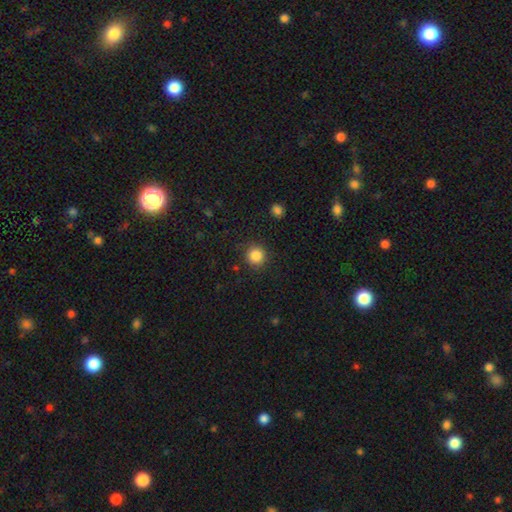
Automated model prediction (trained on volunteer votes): Overall: smooth (85%). How rounded: round (94%). Merging: none (89%).